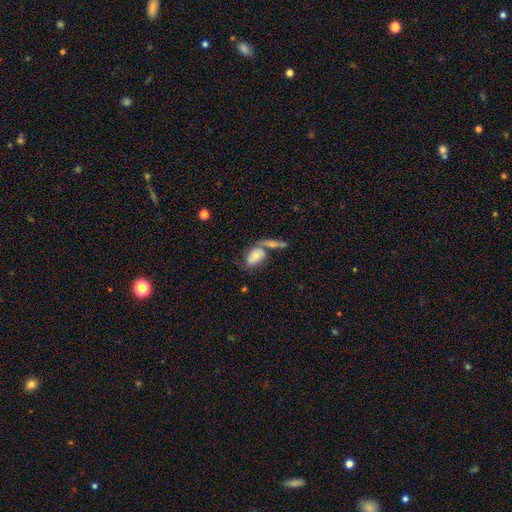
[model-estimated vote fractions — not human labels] smooth 58%, featured or disk 34%, star or artifact 7%. Down the decision tree: how rounded — in between (85%); merging — merger (40%).